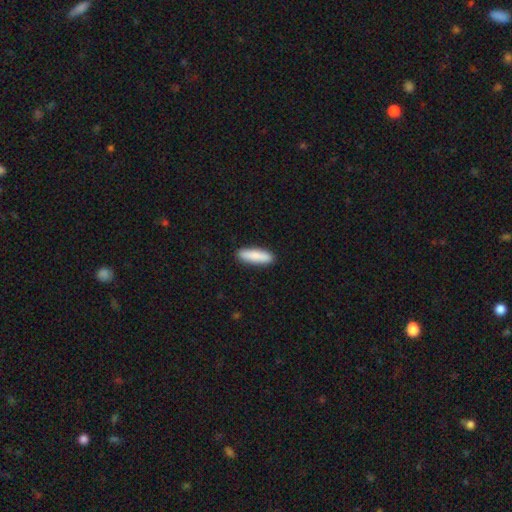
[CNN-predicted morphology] smooth_or_featured: smooth (p=0.85) [alt: featured or disk p=0.10]
how_rounded: cigar-shaped (p=0.70) [alt: in between p=0.28]
merging: none (p=0.90) [alt: minor disturbance p=0.07]